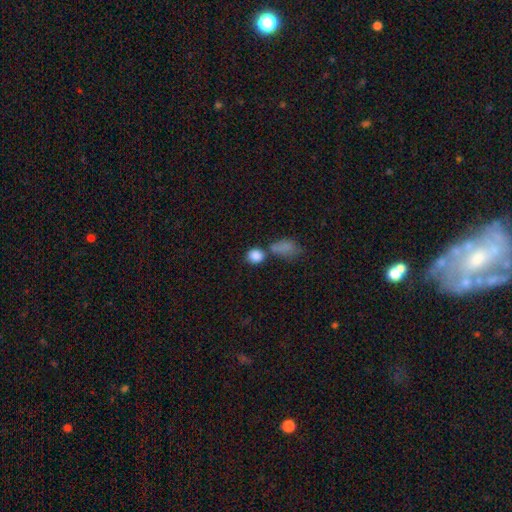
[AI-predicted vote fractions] This appears to be a smooth galaxy with no disk features (86%) that is round (73%). Merging: none (52%).